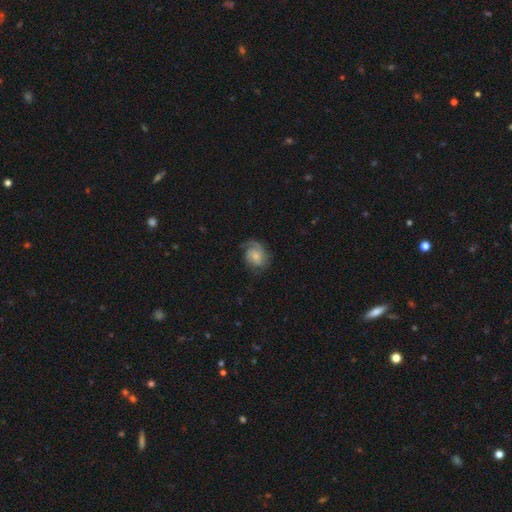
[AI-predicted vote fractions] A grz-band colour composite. It shows a featured or disk galaxy (66%) with no bar (68%), 2 (35%) tight (41%) spiral arms (93%) and a small central bulge (53%). Merging: none (63%).